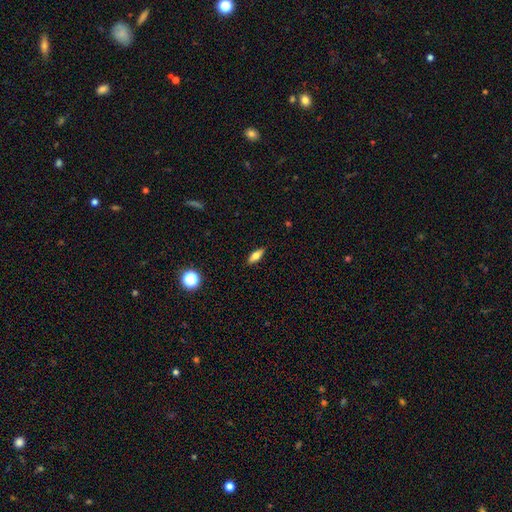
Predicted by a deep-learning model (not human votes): A smooth galaxy with no disk features (62%) that is in between round and cigar-shaped (62%).

Vote fractions:
- Smooth or featured? smooth: 62% / featured or disk: 30% / star or artifact: 9%
- How rounded? in between: 62% / cigar-shaped: 34% / round: 4%
- Merging? none: 89% / minor disturbance: 8% / major disturbance: 2% / merger: 1%